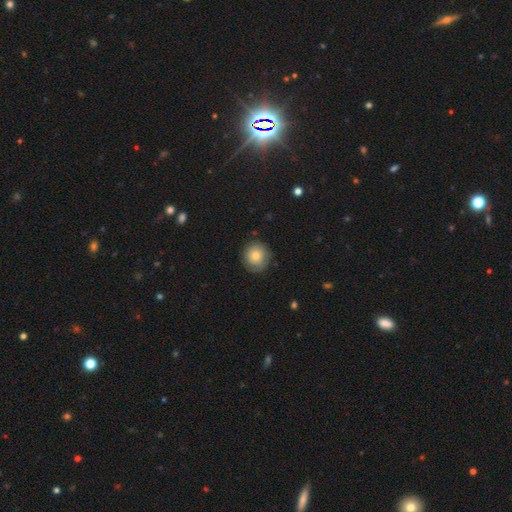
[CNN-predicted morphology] The model was most divided on "smooth or featured": smooth: 73%, featured or disk: 19%, star or artifact: 8%. More confident: how rounded — round (88%); merging — none (82%).